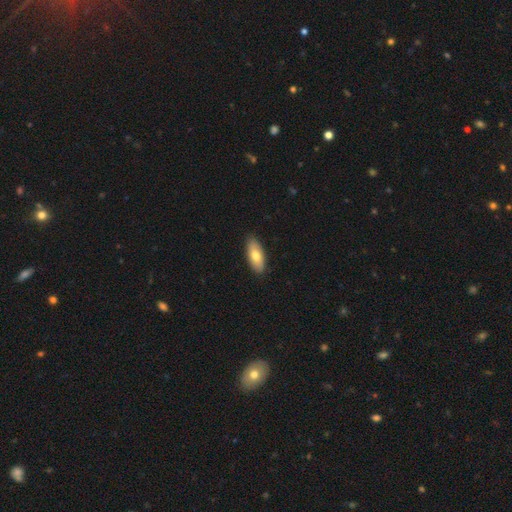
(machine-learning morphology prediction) smooth_or_featured: smooth (p=0.75) [alt: featured or disk p=0.20]
how_rounded: in between (p=0.84) [alt: cigar-shaped p=0.13]
merging: none (p=0.88) [alt: minor disturbance p=0.09]